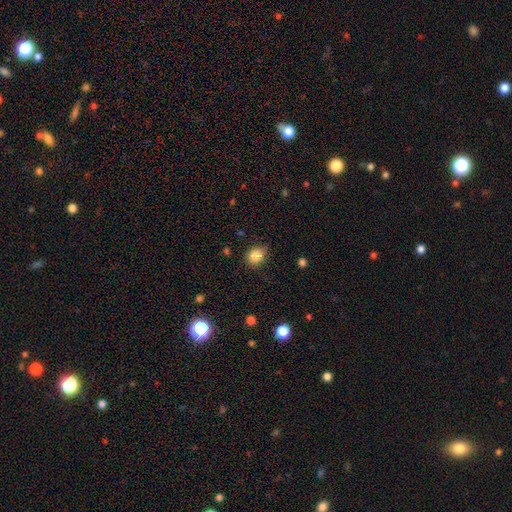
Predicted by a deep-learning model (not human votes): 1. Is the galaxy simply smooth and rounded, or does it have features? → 84% smooth, 10% star or artifact, 6% featured or disk.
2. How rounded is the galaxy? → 61% round, 38% in between, 1% cigar-shaped.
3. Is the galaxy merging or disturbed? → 80% none, 16% minor disturbance, 3% major disturbance, 1% merger.